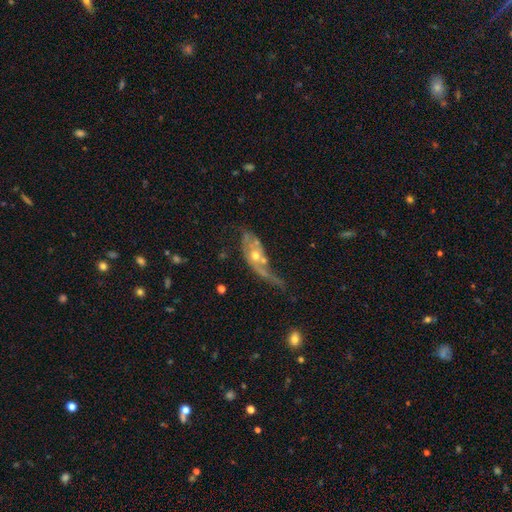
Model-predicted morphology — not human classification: Smooth or featured?
  - featured or disk: 70% *
  - smooth: 22%
  - star or artifact: 8%
Edge-on disk?
  - no: 83% *
  - yes: 17%
Bar?
  - no: 80% *
  - weak: 16%
  - strong: 4%
Spiral arms?
  - yes: 60% *
  - no: 40%
Bulge size?
  - moderate: 56% *
  - small: 37%
  - large: 3%
  - none: 3%
  - dominant: 1%
Merging?
  - major disturbance: 38% *
  - none: 24%
  - minor disturbance: 20%
  - merger: 18%